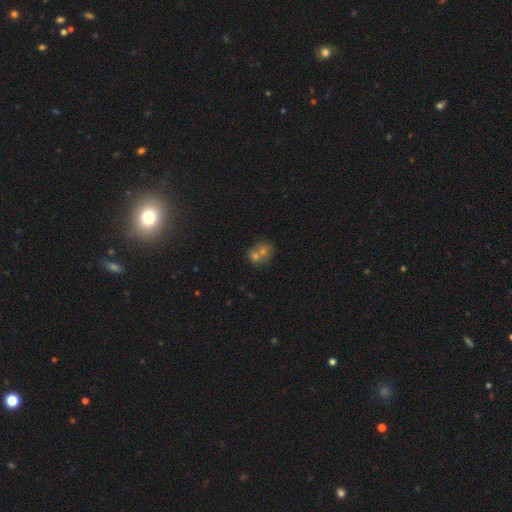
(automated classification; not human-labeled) Smooth or featured: star or artifact — 44% (smooth — 37%)